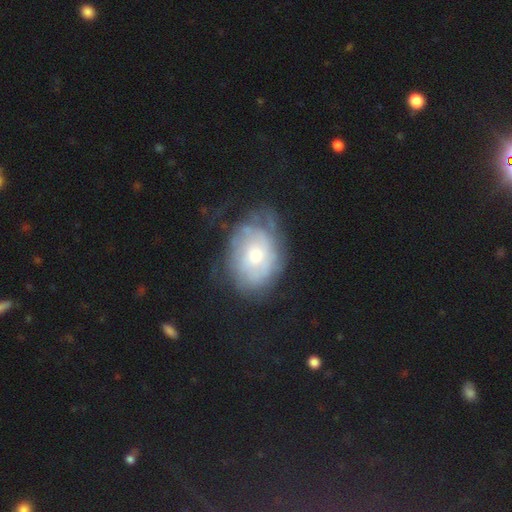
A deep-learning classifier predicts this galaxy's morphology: type=featured or disk (62%); edge-on=no (96%); bar=no (80%); spiral arms=yes (68%); bulge=moderate (57%); merging=none (53%).